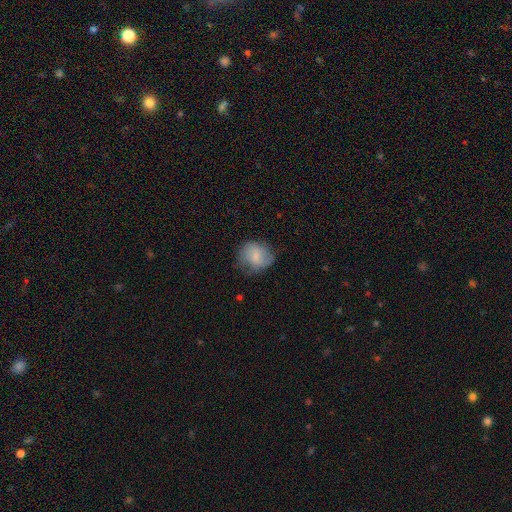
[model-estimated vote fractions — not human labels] Smooth or featured? smooth (63%)
How rounded? round (69%)
Merging? none (56%)